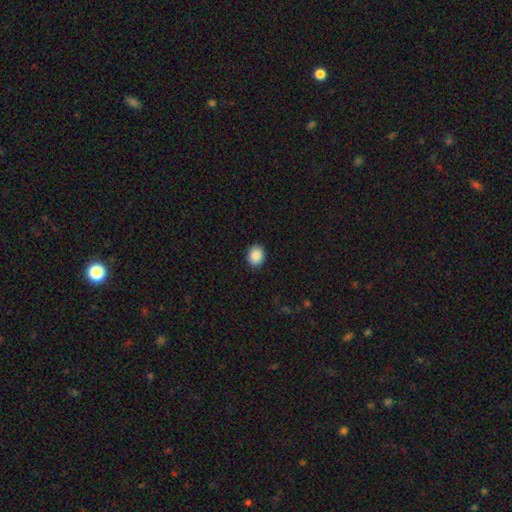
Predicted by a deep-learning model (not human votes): This is clearly a smooth galaxy (89%). How rounded: possibly round (54%). Merging: clearly none (90%).